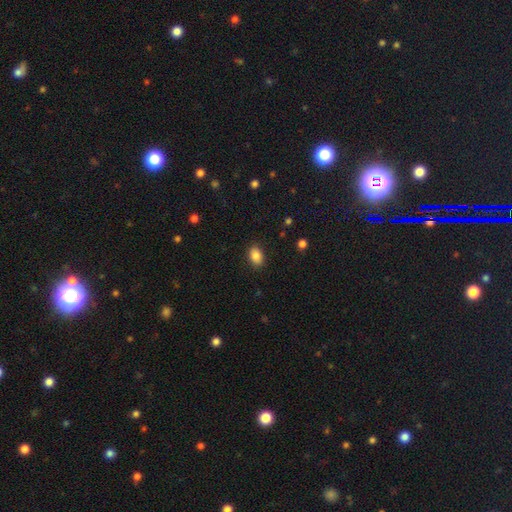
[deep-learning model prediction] A smooth galaxy with no disk features (86%) that is in between round and cigar-shaped (82%).

Vote fractions:
- Smooth or featured? smooth: 86% / star or artifact: 9% / featured or disk: 5%
- How rounded? in between: 82% / round: 17% / cigar-shaped: 1%
- Merging? none: 87% / minor disturbance: 9% / major disturbance: 2% / merger: 1%